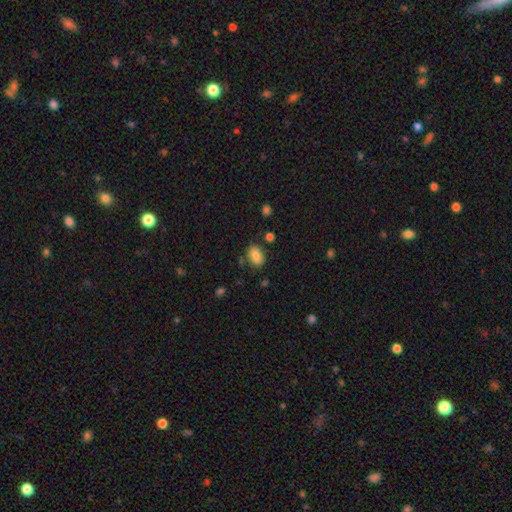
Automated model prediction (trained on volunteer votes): smooth 83%, star or artifact 9%, featured or disk 8%. Down the decision tree: how rounded — in between (82%); merging — none (79%).